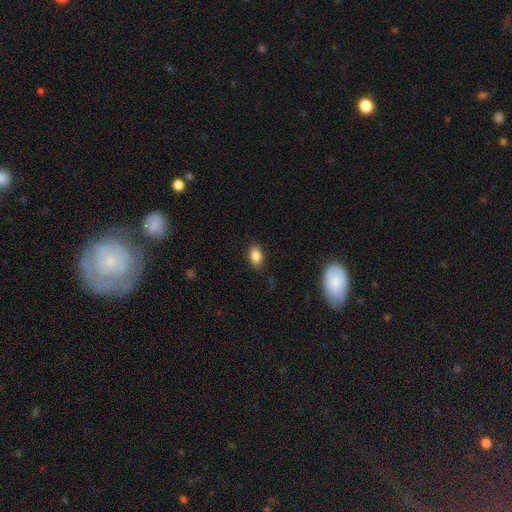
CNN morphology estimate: Smooth or featured? Predicted: smooth (p=0.85). How rounded? Predicted: in between (p=0.84). Merging? Predicted: none (p=0.83).